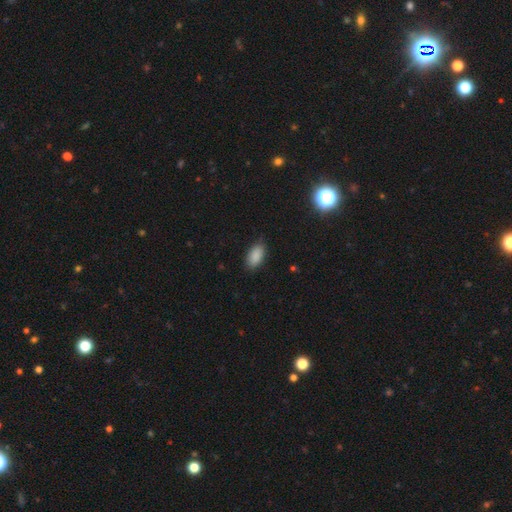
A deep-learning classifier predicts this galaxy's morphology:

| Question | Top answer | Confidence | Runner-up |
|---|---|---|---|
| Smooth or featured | smooth | 89% | star or artifact (7%) |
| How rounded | in between | 93% | cigar-shaped (4%) |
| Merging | none | 82% | minor disturbance (14%) |